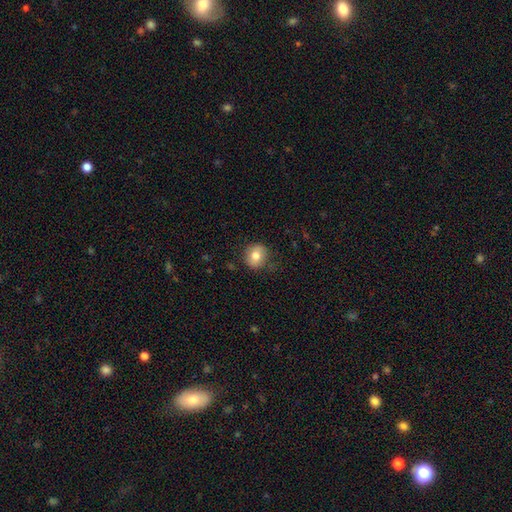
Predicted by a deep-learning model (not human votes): smooth_or_featured: smooth (p=0.78) [alt: featured or disk p=0.14]
how_rounded: round (p=0.79) [alt: in between p=0.20]
merging: none (p=0.80) [alt: minor disturbance p=0.14]